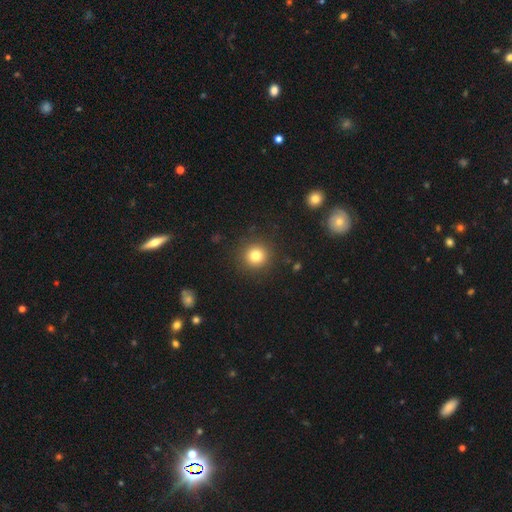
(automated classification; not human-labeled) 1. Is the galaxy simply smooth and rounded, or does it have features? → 81% smooth, 12% star or artifact, 7% featured or disk.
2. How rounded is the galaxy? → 94% round, 5% in between, 1% cigar-shaped.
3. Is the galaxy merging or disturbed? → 90% none, 6% minor disturbance, 3% major disturbance, 1% merger.